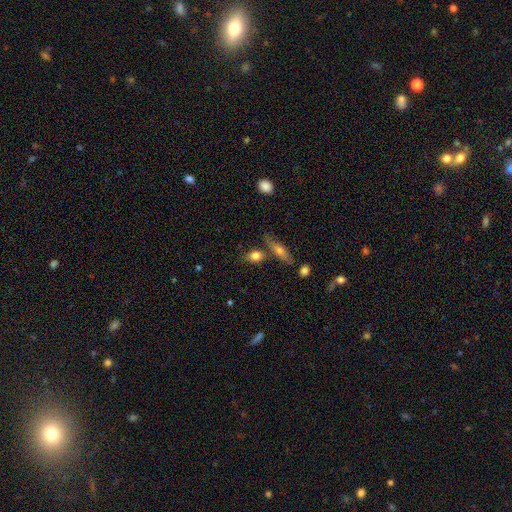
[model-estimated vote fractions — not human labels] Smooth or featured? Predicted: smooth (p=0.78). How rounded? Predicted: in between (p=0.62). Merging? Predicted: none (p=0.63).